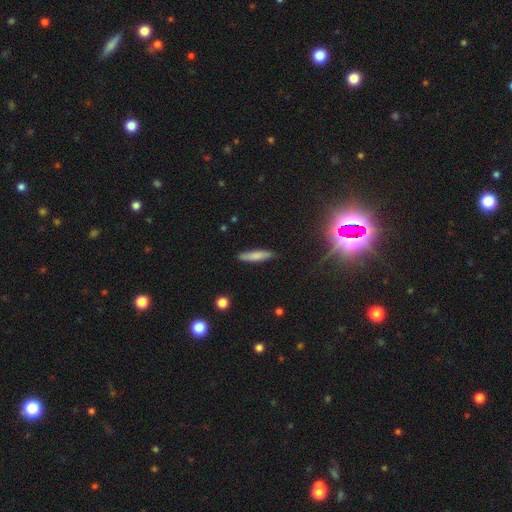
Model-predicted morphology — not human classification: Smooth or featured: smooth — 76% (featured or disk — 17%)
How rounded: cigar-shaped — 82% (in between — 17%)
Merging: none — 85% (minor disturbance — 11%)